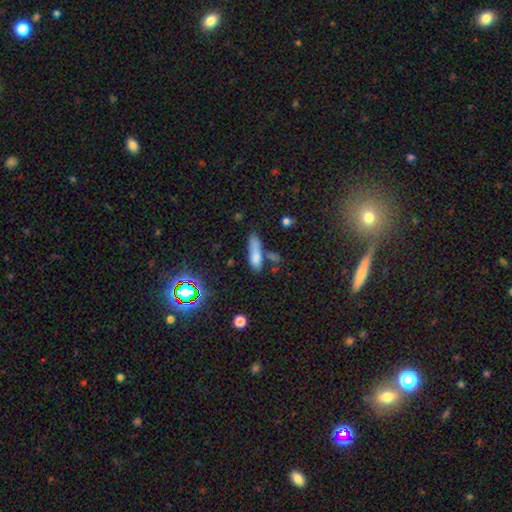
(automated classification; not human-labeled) The model was most divided on "how rounded": cigar-shaped: 57%, in between: 39%, round: 4%. Remaining: smooth or featured — smooth (73%); merging — none (47%).